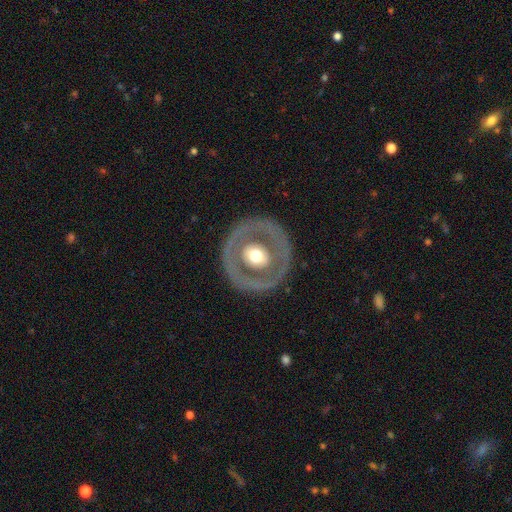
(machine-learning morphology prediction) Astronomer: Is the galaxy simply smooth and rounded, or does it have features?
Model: featured or disk — 59% (runner-up: smooth, 36%).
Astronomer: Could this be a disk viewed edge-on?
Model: no — 94%.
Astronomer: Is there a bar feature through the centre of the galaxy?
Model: no — 84%.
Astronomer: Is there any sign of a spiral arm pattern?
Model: no — 90%.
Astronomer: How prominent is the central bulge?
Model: moderate — 67%.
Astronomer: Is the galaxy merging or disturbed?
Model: none — 84%.